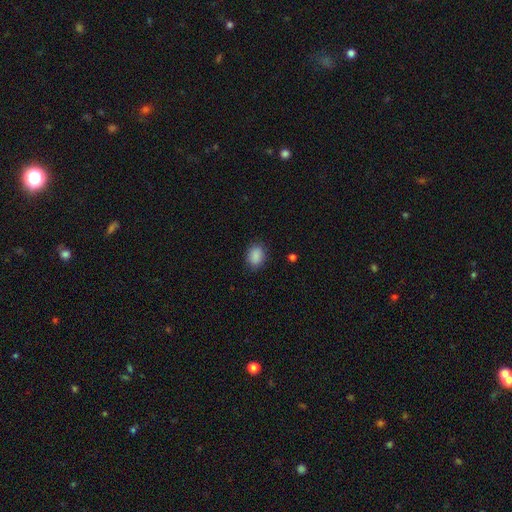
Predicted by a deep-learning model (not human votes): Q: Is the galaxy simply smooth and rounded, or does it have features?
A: smooth — 89%.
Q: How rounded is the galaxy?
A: in between — 69%.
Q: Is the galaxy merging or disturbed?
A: none — 85%.